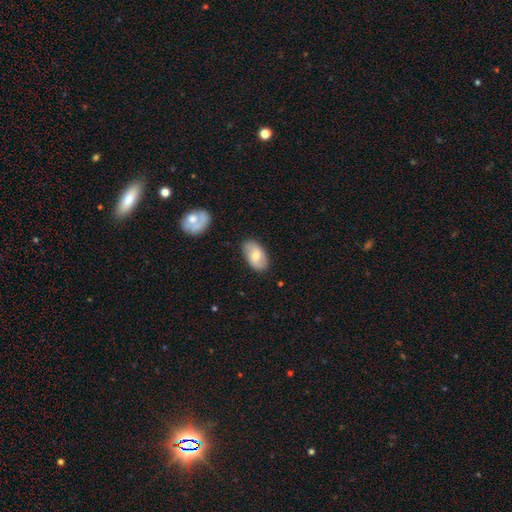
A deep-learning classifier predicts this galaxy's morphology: type=smooth (63%); roundness=in between (94%); merging=none (82%).